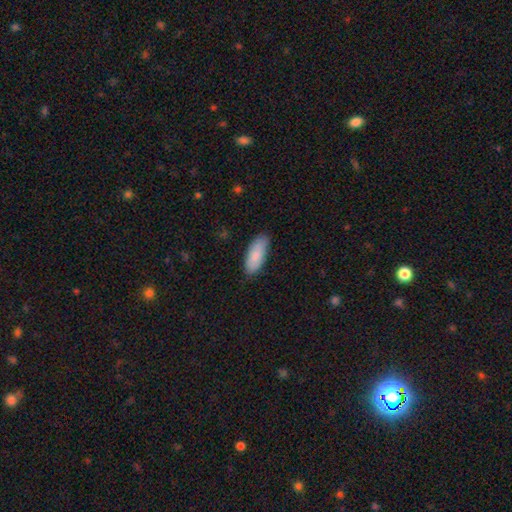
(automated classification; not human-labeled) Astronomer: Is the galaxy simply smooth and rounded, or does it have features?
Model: smooth — 86%.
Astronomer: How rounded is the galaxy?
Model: in between — 81%.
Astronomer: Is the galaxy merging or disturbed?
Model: none — 82%.